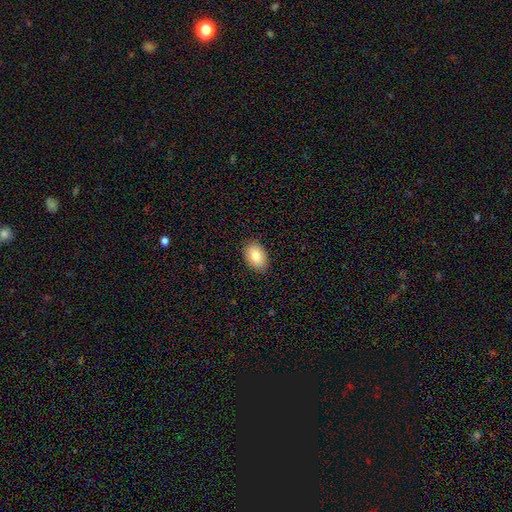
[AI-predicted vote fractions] Smooth or featured? smooth (85%)
How rounded? in between (89%)
Merging? none (86%)